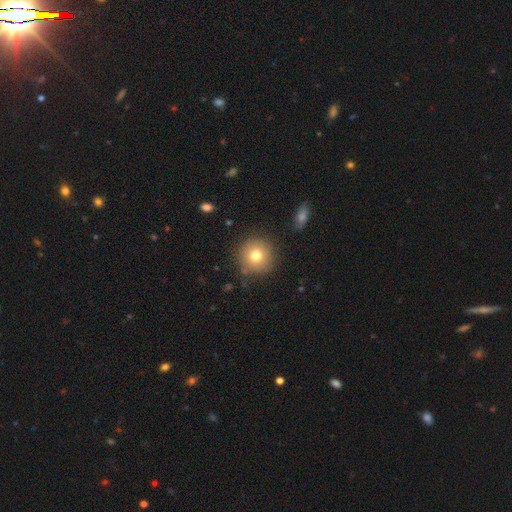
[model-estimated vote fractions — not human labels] smooth-or-featured: smooth: 76% | featured or disk: 13% | star or artifact: 11%
  how-rounded: round: 94% | in between: 5% | cigar-shaped: 1%
  merging: none: 84% | minor disturbance: 10% | major disturbance: 3% | merger: 2%